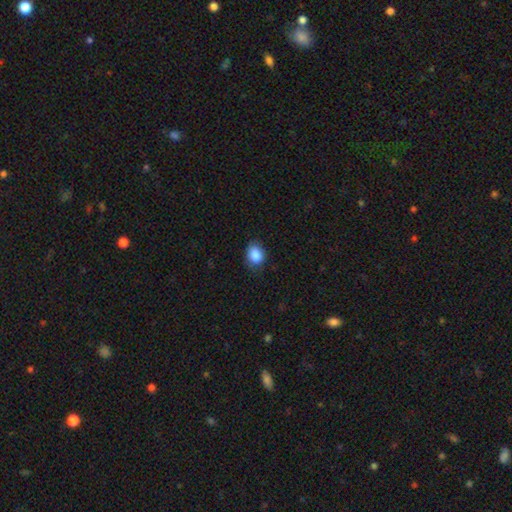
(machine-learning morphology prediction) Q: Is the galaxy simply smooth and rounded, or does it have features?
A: smooth — 86%.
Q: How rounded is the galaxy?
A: in between — 56%.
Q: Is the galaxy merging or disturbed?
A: none — 77%.